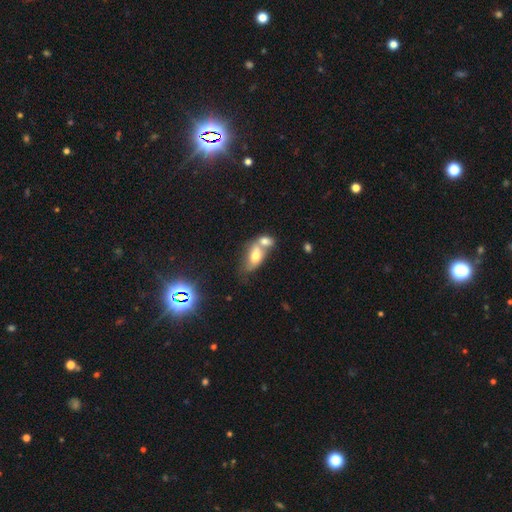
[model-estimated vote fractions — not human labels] Smooth or featured?
  - smooth: 65% *
  - featured or disk: 26%
  - star or artifact: 9%
How rounded?
  - in between: 84% *
  - round: 10%
  - cigar-shaped: 6%
Merging?
  - merger: 68% *
  - none: 18%
  - minor disturbance: 9%
  - major disturbance: 6%